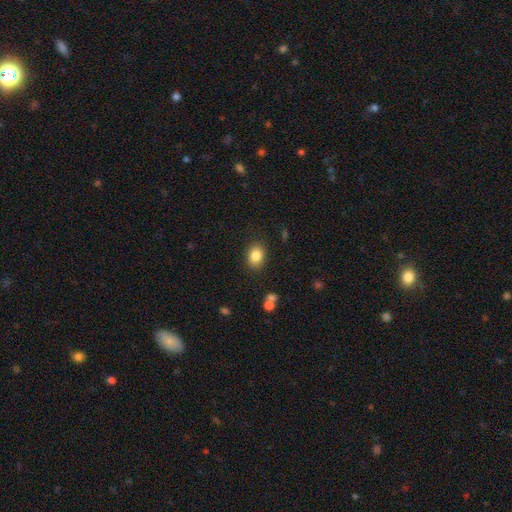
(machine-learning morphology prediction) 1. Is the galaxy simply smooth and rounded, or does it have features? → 84% smooth, 9% star or artifact, 7% featured or disk.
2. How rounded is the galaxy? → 59% in between, 40% round, 1% cigar-shaped.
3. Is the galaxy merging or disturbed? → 87% none, 9% minor disturbance, 3% major disturbance, 2% merger.